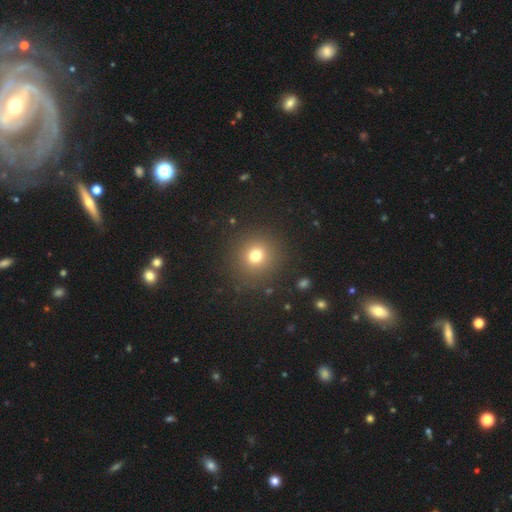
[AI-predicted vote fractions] Morphology: type=smooth (74%); roundness=round (92%); merging=none (89%).